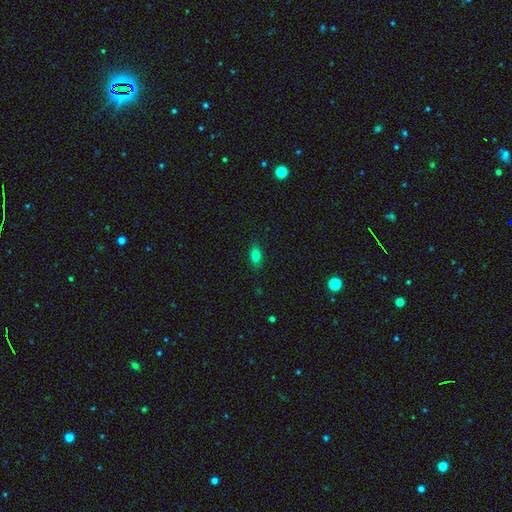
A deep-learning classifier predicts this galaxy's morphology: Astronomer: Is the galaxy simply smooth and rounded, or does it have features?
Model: smooth — 79%.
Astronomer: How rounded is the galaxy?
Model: in between — 84%.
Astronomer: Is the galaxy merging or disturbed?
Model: none — 86%.